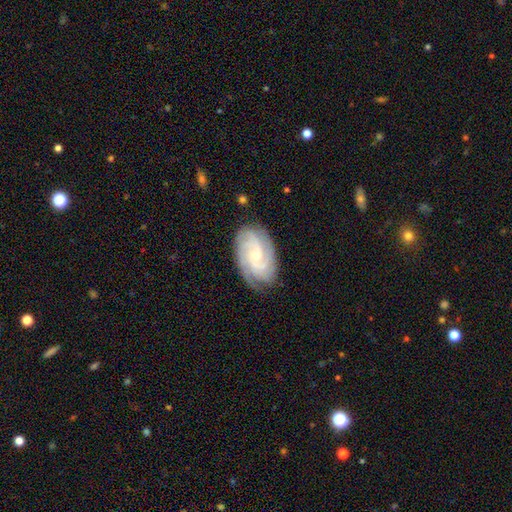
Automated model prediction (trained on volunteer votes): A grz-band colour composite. It shows a featured or disk galaxy (88%) with no bar (65%), 3 (34%) tight (68%) spiral arms (98%) and a small central bulge (68%). Merging: none (81%).